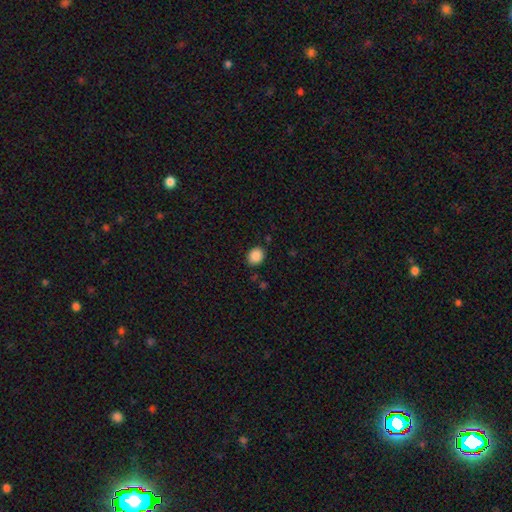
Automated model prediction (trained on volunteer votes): Q: Smooth or featured?
A: smooth (88%); runner-up: star or artifact (9%)
Q: How rounded?
A: round (66%); runner-up: in between (33%)
Q: Merging?
A: none (87%); runner-up: minor disturbance (8%)